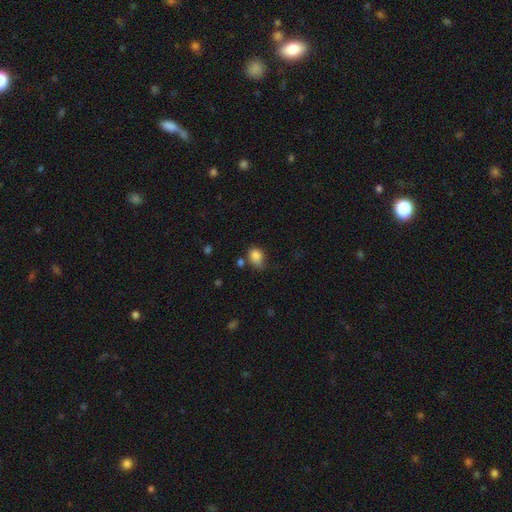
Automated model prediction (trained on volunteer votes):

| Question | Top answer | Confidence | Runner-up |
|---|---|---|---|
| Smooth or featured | smooth | 84% | star or artifact (10%) |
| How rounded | in between | 61% | round (37%) |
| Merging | none | 46% | minor disturbance (35%) |